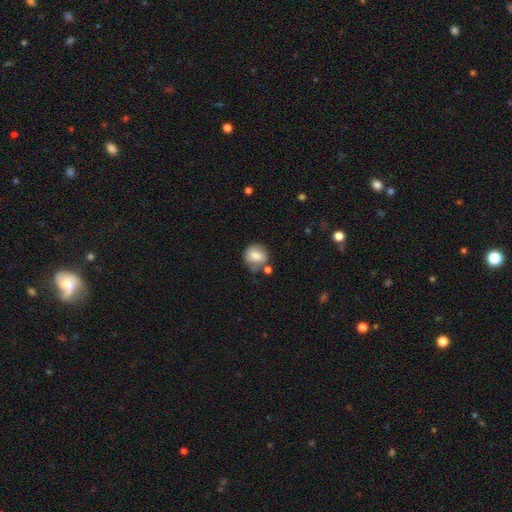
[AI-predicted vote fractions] This appears to be a smooth galaxy with no disk features (82%) that is round (74%). Merging: none (56%).